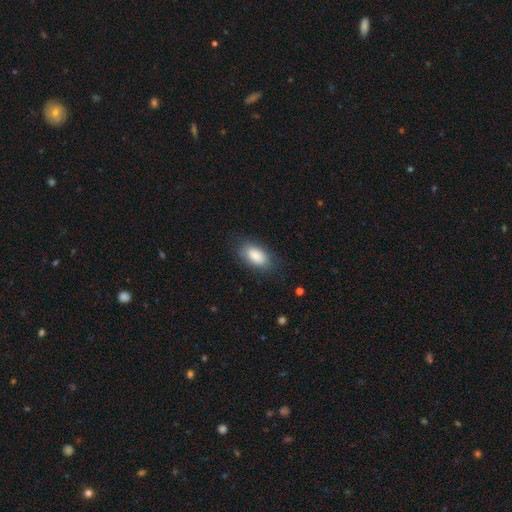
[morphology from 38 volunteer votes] Smooth or featured: smooth — 82% (featured or disk — 13%)
How rounded: in between — 94% (cigar-shaped — 6%)
Merging: none — 64% (minor disturbance — 33%)